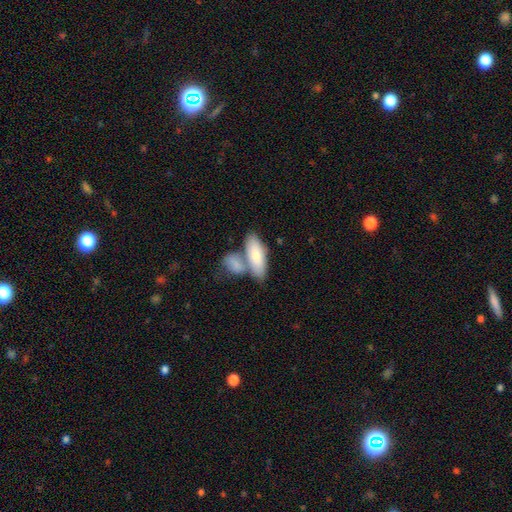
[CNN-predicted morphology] Smooth or featured: smooth — 74% (featured or disk — 21%)
How rounded: in between — 74% (cigar-shaped — 23%)
Merging: none — 43% (merger — 42%)